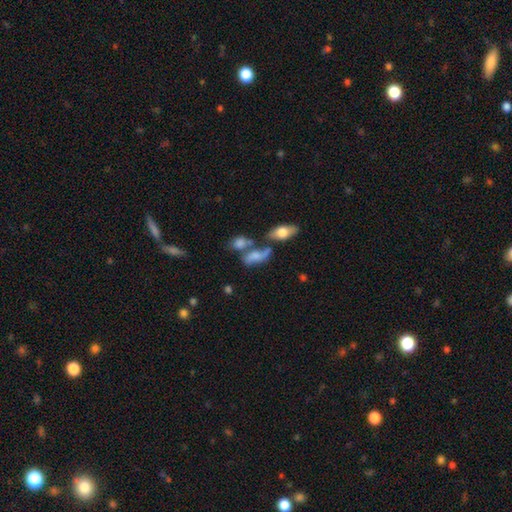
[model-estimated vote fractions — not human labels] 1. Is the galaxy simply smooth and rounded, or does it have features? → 55% smooth, 34% featured or disk, 11% star or artifact.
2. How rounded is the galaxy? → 77% in between, 12% cigar-shaped, 11% round.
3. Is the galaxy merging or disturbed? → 39% merger, 32% none, 16% minor disturbance, 13% major disturbance.